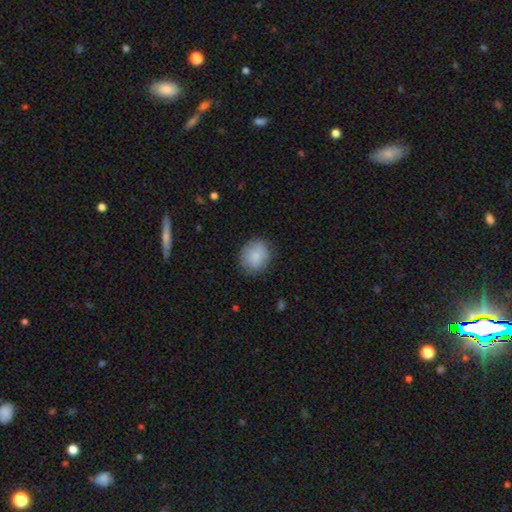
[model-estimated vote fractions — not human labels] This appears to be a smooth galaxy with no disk features (86%) that is round (74%). Merging: none (83%).